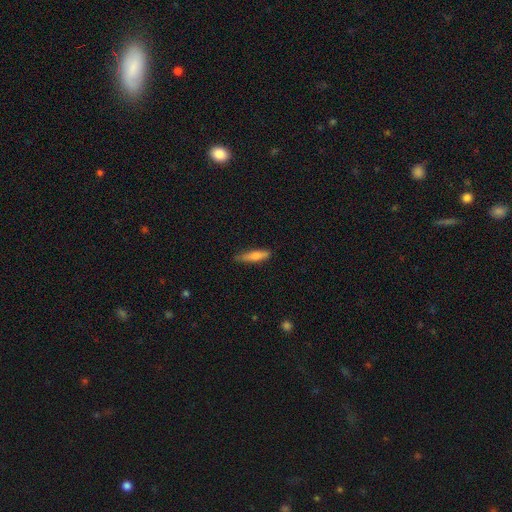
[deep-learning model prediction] This appears to be a smooth galaxy with no disk features (68%) that is cigar-shaped (79%). Merging: none (80%).